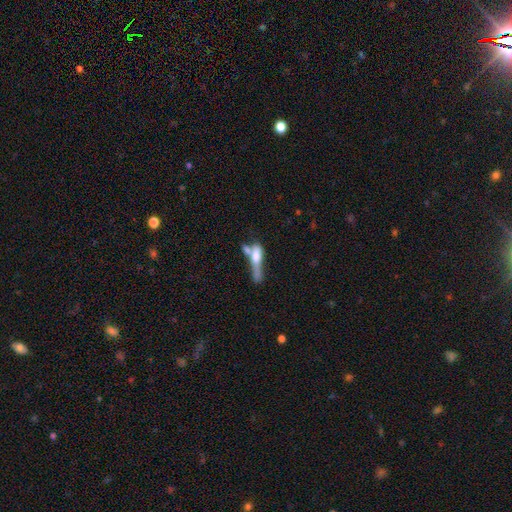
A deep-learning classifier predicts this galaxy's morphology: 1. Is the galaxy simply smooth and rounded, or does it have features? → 54% smooth, 37% featured or disk, 9% star or artifact.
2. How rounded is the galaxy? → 63% cigar-shaped, 32% in between, 5% round.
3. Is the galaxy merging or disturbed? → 43% merger, 23% major disturbance, 19% none, 15% minor disturbance.